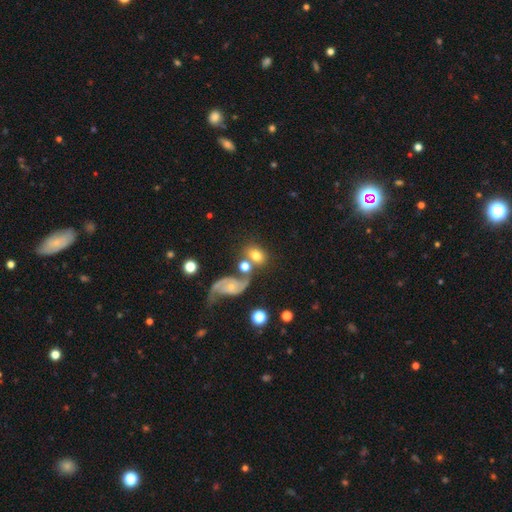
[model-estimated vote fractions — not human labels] A smooth galaxy with no disk features (66%) that is in between round and cigar-shaped (68%).

Vote fractions:
- Smooth or featured? smooth: 66% / featured or disk: 25% / star or artifact: 9%
- How rounded? in between: 68% / round: 30% / cigar-shaped: 2%
- Merging? none: 51% / merger: 26% / minor disturbance: 15% / major disturbance: 8%